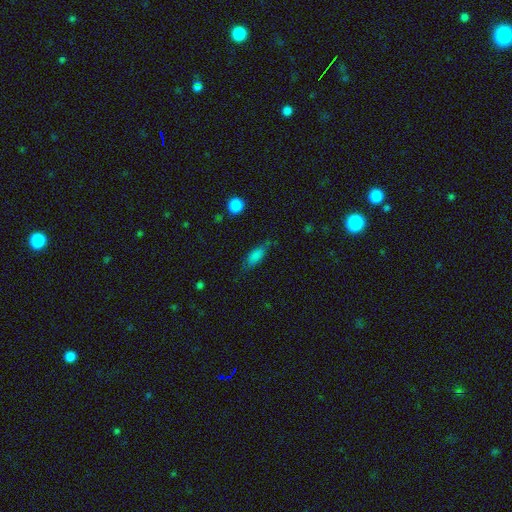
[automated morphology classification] A smooth galaxy with no disk features (80%) that is in between round and cigar-shaped (77%).

Vote fractions:
- Smooth or featured? smooth: 80% / featured or disk: 11% / star or artifact: 9%
- How rounded? in between: 77% / cigar-shaped: 19% / round: 4%
- Merging? none: 64% / minor disturbance: 26% / major disturbance: 8% / merger: 2%